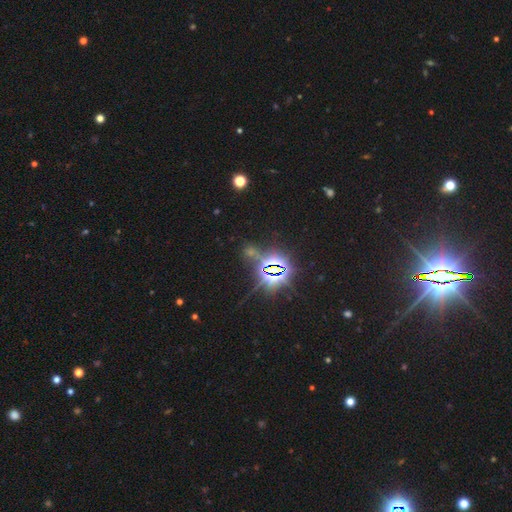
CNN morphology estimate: smooth-or-featured: star or artifact: 84% | smooth: 9% | featured or disk: 7%